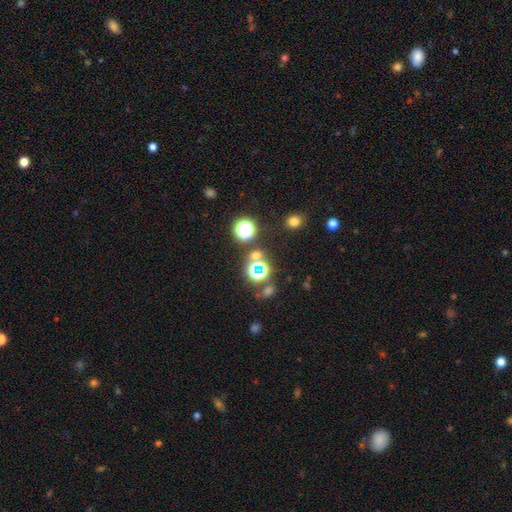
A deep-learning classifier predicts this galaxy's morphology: The model was most divided on "smooth or featured": star or artifact: 58%, smooth: 33%, featured or disk: 9%.